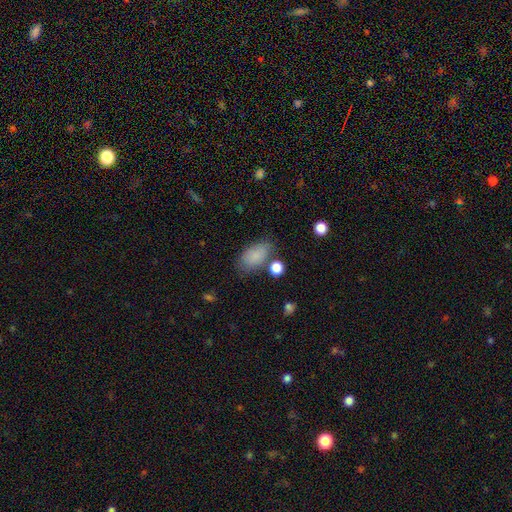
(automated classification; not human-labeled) smooth 85%, star or artifact 8%, featured or disk 7%. Down the decision tree: how rounded — in between (92%); merging — none (70%).